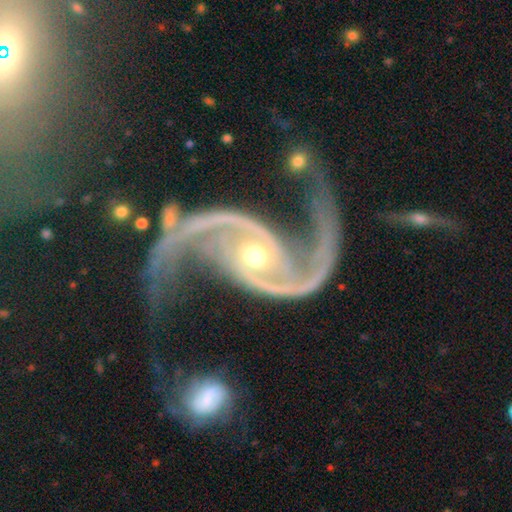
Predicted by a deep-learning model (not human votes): The model was most divided on "bulge size": moderate: 54%, small: 41%, large: 2%, none: 1%, dominant: 1%. Remaining: spiral arms — yes (98%); edge-on disk — no (97%); smooth or featured — featured or disk (94%); spiral arm count — 2 (93%); bar — no (61%); spiral winding — loose (60%); merging — none (43%).